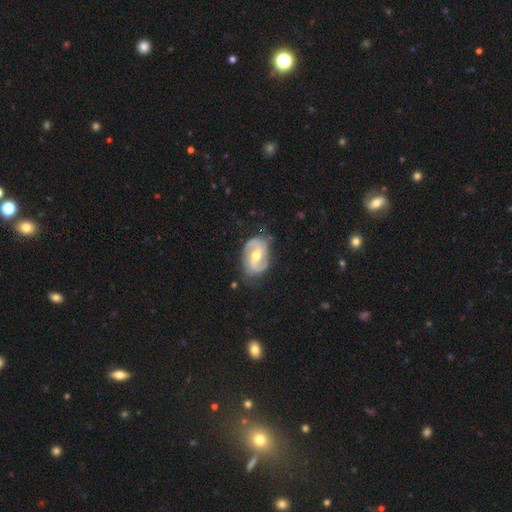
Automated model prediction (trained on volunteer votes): featured or disk 85%, smooth 11%, star or artifact 5%. Down the decision tree: edge-on disk — no (97%); bar — weak (43%); spiral arms — yes (94%); spiral arm count — 2 (88%); spiral winding — medium (46%); bulge size — moderate (65%); merging — none (73%).